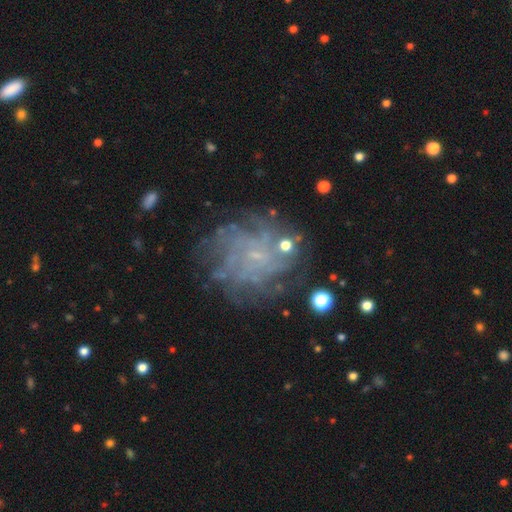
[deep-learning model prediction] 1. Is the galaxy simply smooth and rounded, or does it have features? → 69% featured or disk, 16% star or artifact, 16% smooth.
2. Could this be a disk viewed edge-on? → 97% no, 3% yes.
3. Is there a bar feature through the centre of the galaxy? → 77% no, 19% weak, 4% strong.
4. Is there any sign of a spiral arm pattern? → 77% yes, 23% no.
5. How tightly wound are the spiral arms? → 57% tight, 28% medium, 15% loose.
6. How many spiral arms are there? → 46% can't tell, 20% more than 4, 13% 4, 8% 3, 7% 2, 6% 1.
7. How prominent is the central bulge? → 66% small, 24% none, 7% moderate, 1% large, 1% dominant.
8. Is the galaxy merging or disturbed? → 70% none, 15% minor disturbance, 12% major disturbance, 3% merger.